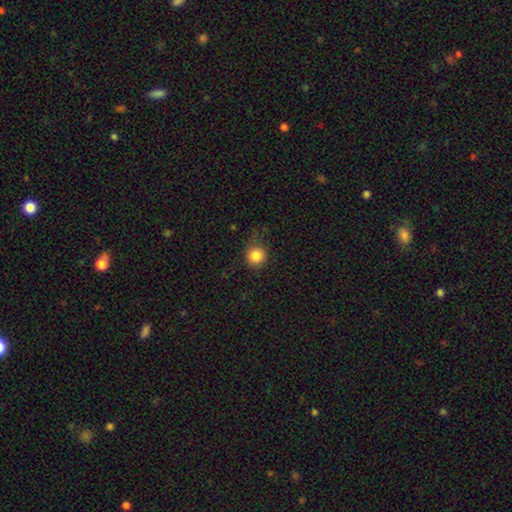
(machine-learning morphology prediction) This appears to be a smooth galaxy with no disk features (85%) that is round (91%). Merging: none (73%).